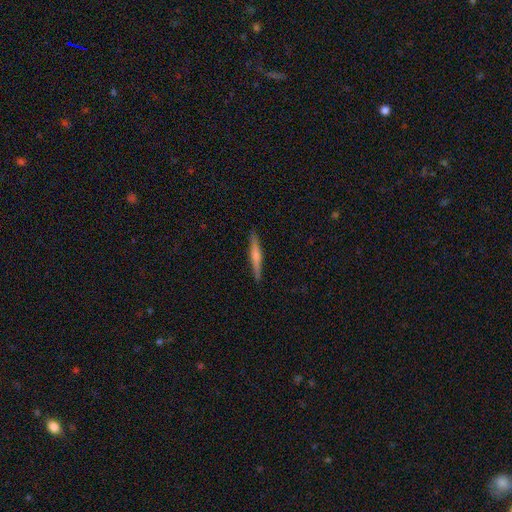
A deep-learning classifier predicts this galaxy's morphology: featured or disk 55%, smooth 39%, star or artifact 6%. Down the decision tree: edge-on disk — yes (97%); edge-on bulge — rounded (65%); merging — none (90%).